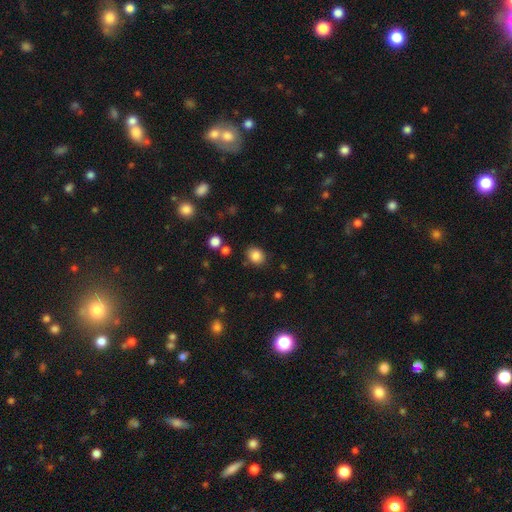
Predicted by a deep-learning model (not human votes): Q: Smooth or featured?
A: smooth (85%); runner-up: star or artifact (11%)
Q: How rounded?
A: round (65%); runner-up: in between (35%)
Q: Merging?
A: none (82%); runner-up: minor disturbance (11%)